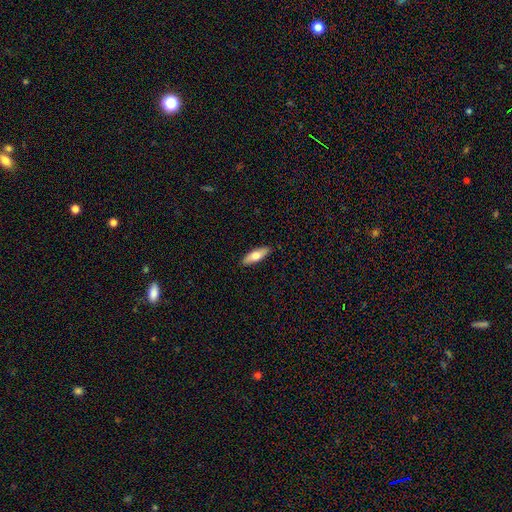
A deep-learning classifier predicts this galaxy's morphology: Smooth or featured? smooth (68%)
How rounded? in between (58%)
Merging? none (89%)